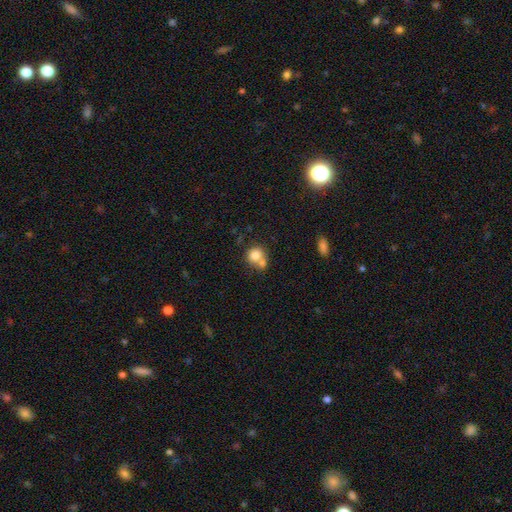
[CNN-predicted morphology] This is likely a smooth galaxy (79%). How rounded: clearly round (84%). Merging: marginally merger (45%).